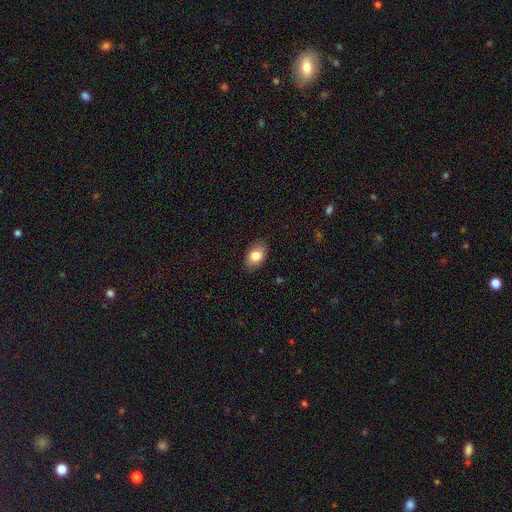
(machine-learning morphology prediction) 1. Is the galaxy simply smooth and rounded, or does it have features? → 82% smooth, 11% featured or disk, 7% star or artifact.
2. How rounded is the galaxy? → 86% in between, 13% round, 1% cigar-shaped.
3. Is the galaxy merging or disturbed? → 85% none, 12% minor disturbance, 3% major disturbance, 1% merger.